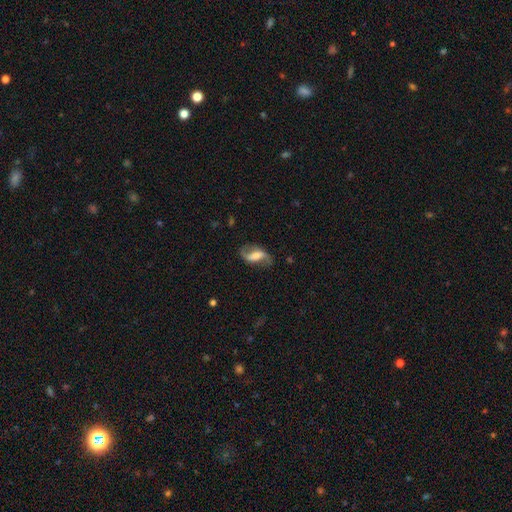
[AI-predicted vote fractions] featured or disk 73%, smooth 20%, star or artifact 7%. Down the decision tree: edge-on disk — no (94%); bar — strong (40%); spiral arms — yes (91%); spiral arm count — 2 (89%); spiral winding — loose (64%); bulge size — moderate (28%); merging — none (71%).